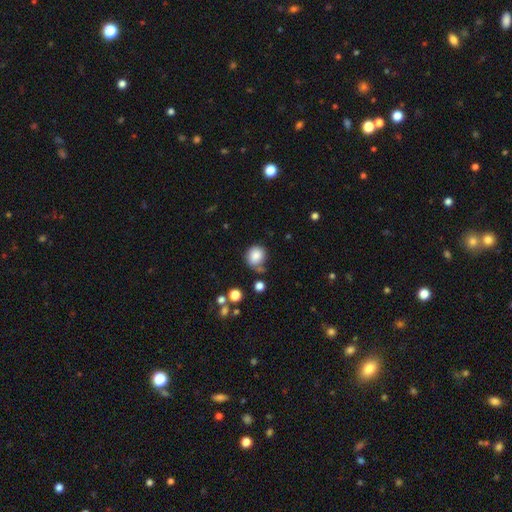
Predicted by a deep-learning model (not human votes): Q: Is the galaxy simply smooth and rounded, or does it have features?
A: smooth — 83%.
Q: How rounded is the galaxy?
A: round — 81%.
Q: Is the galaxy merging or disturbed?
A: none — 53%.